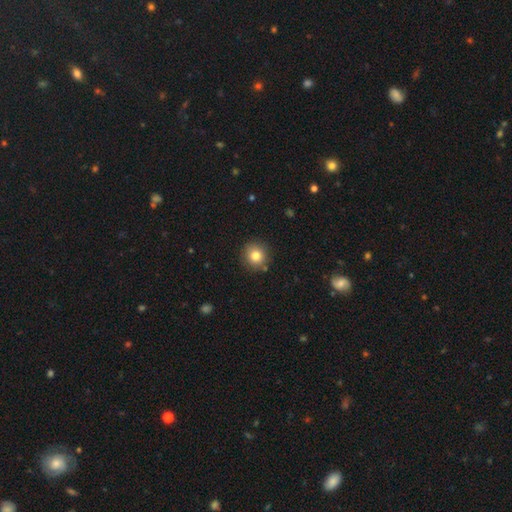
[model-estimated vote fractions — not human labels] smooth-or-featured: smooth: 81% | star or artifact: 11% | featured or disk: 9%
  how-rounded: round: 92% | in between: 7% | cigar-shaped: 1%
  merging: none: 88% | minor disturbance: 8% | merger: 3% | major disturbance: 2%